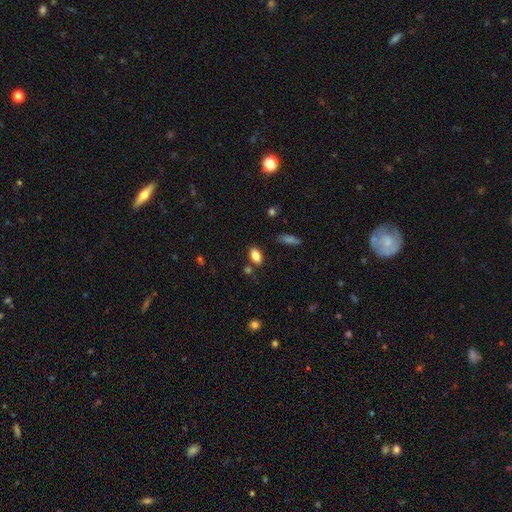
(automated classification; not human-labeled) A smooth galaxy with no disk features (84%) that is in between round and cigar-shaped (89%). Merging: none (78%).